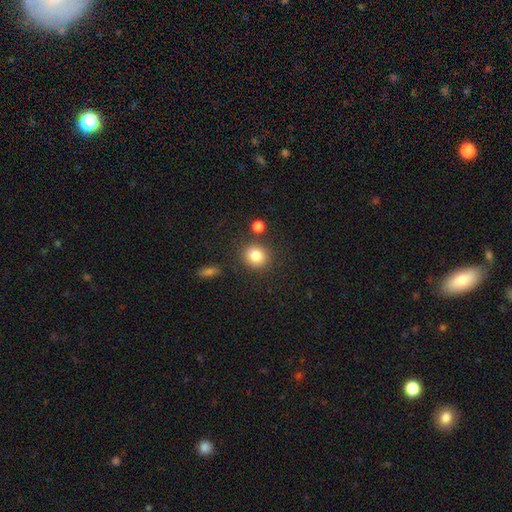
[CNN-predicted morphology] smooth_or_featured: smooth (p=0.83) [alt: star or artifact p=0.10]
how_rounded: round (p=0.81) [alt: in between p=0.18]
merging: none (p=0.81) [alt: minor disturbance p=0.09]